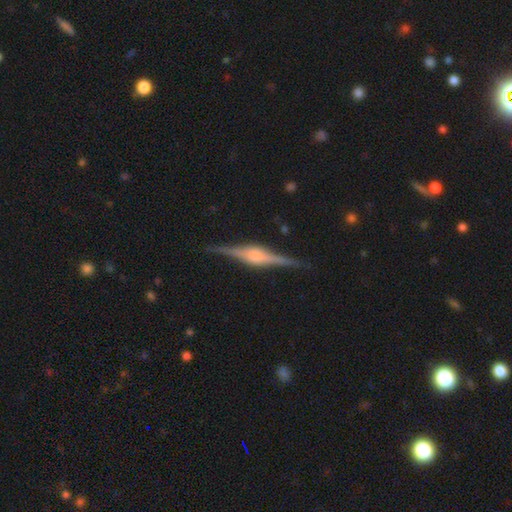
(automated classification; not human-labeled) featured or disk 87%, smooth 8%, star or artifact 5%. Down the decision tree: edge-on disk — yes (98%); edge-on bulge — rounded (72%); merging — none (88%).